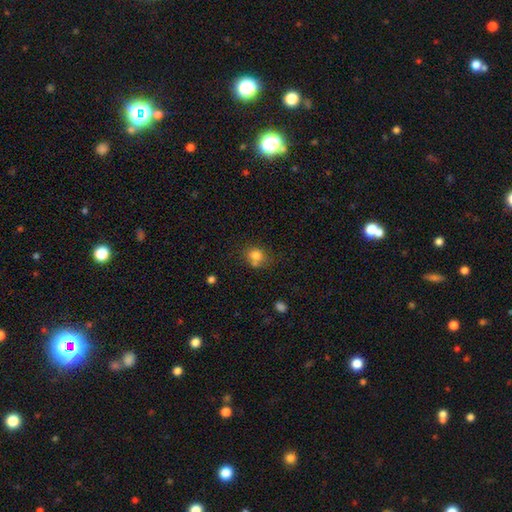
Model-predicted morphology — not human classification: Smooth or featured? Predicted: smooth (p=0.78). How rounded? Predicted: round (p=0.72). Merging? Predicted: none (p=0.55).